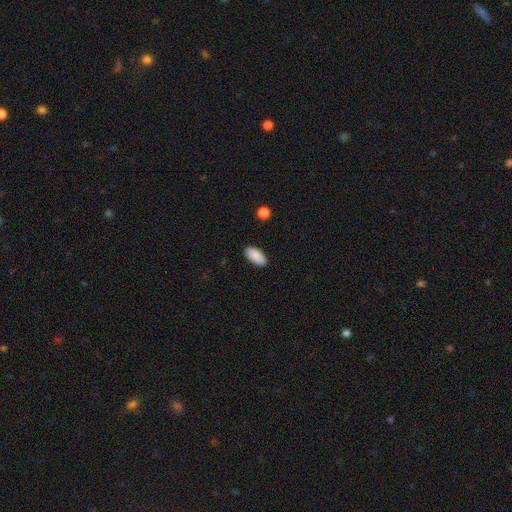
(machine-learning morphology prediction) Smooth or featured?
  - smooth: 90% *
  - star or artifact: 6%
  - featured or disk: 4%
How rounded?
  - in between: 93% *
  - cigar-shaped: 5%
  - round: 2%
Merging?
  - none: 89% *
  - minor disturbance: 8%
  - major disturbance: 2%
  - merger: 1%